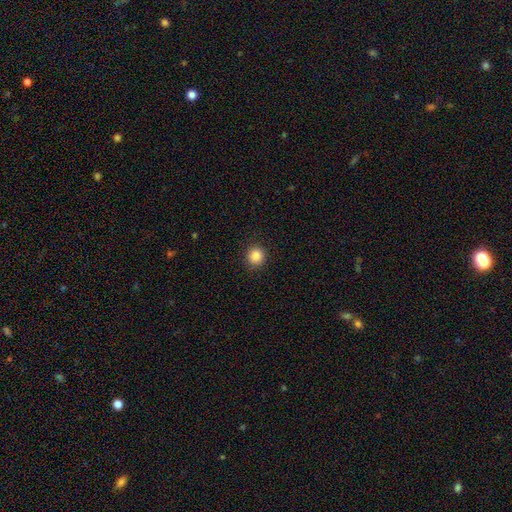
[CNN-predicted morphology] This appears to be a smooth galaxy with no disk features (86%) that is round (90%). Merging: none (90%).